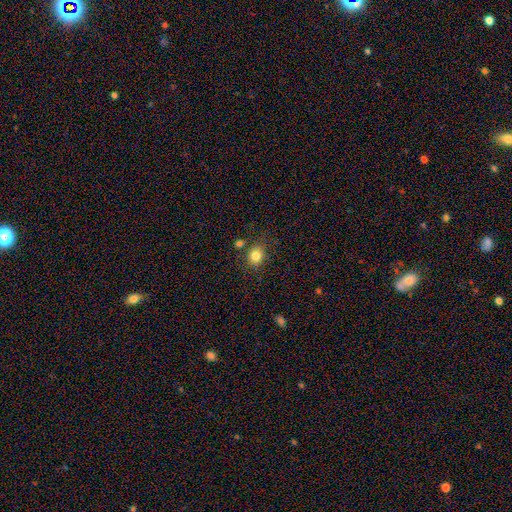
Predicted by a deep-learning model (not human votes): smooth_or_featured: smooth (p=0.82) [alt: star or artifact p=0.11]
how_rounded: round (p=0.62) [alt: in between p=0.37]
merging: none (p=0.75) [alt: minor disturbance p=0.13]